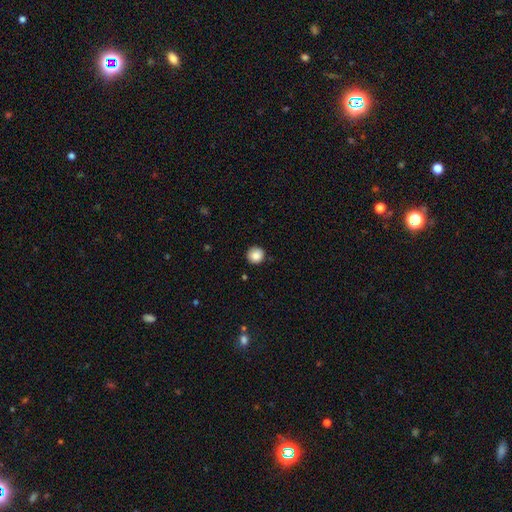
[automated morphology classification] type=smooth (85%); roundness=round (95%); merging=none (91%).